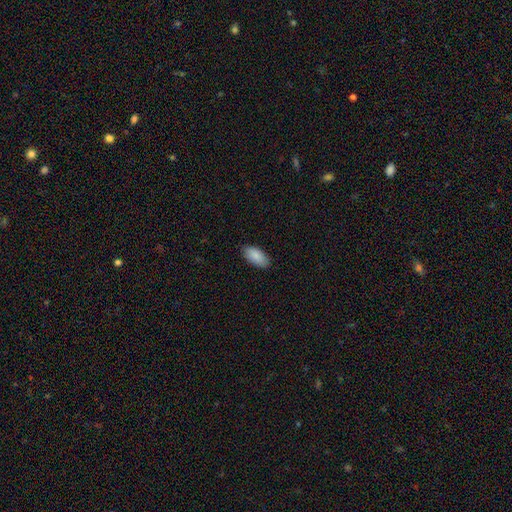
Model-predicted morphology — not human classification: Smooth or featured: smooth — 89% (star or artifact — 6%)
How rounded: in between — 92% (cigar-shaped — 6%)
Merging: none — 87% (minor disturbance — 10%)